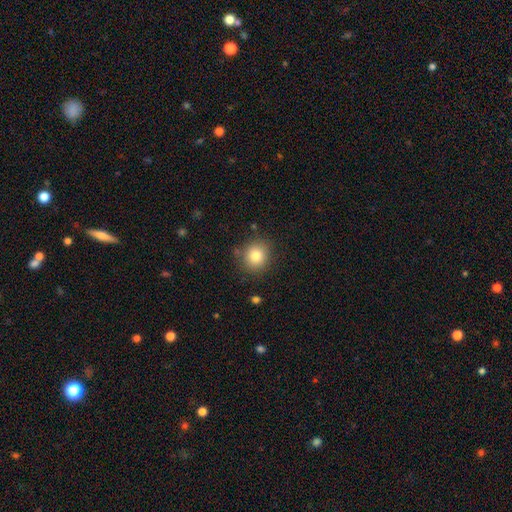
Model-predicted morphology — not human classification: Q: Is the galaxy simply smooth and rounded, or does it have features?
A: smooth — 81%.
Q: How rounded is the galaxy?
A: round — 82%.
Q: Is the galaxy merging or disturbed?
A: none — 84%.